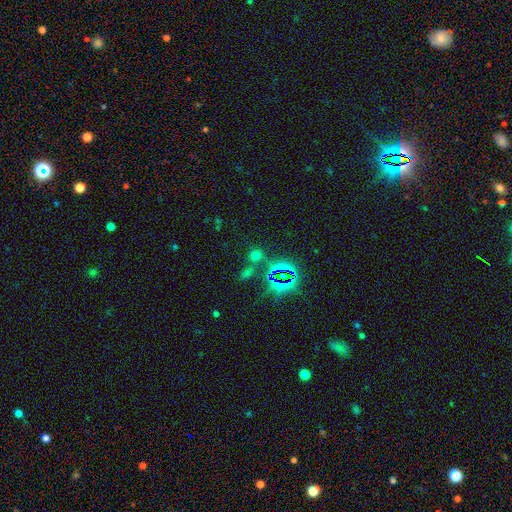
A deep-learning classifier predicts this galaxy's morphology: Smooth or featured? star or artifact (50%)